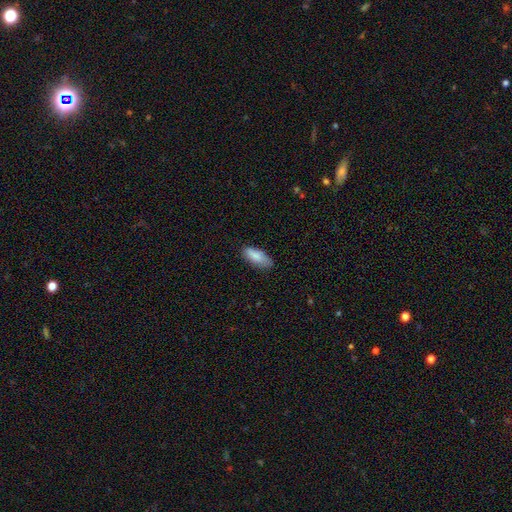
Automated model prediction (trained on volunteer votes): smooth 84%, featured or disk 10%, star or artifact 6%. Down the decision tree: how rounded — in between (82%); merging — none (74%).